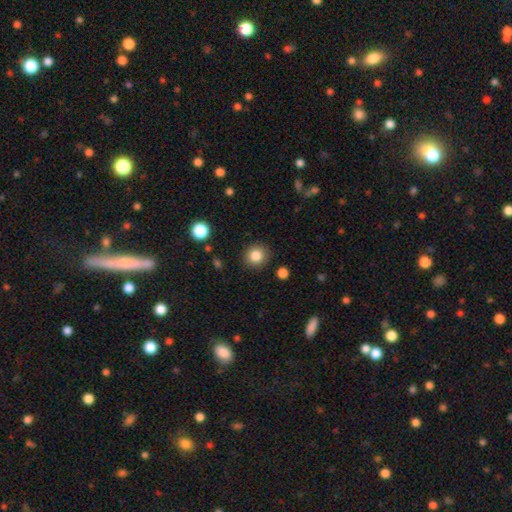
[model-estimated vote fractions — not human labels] Smooth or featured?
  - smooth: 85% *
  - star or artifact: 10%
  - featured or disk: 5%
How rounded?
  - round: 90% *
  - in between: 9%
  - cigar-shaped: 1%
Merging?
  - none: 89% *
  - minor disturbance: 7%
  - major disturbance: 2%
  - merger: 2%